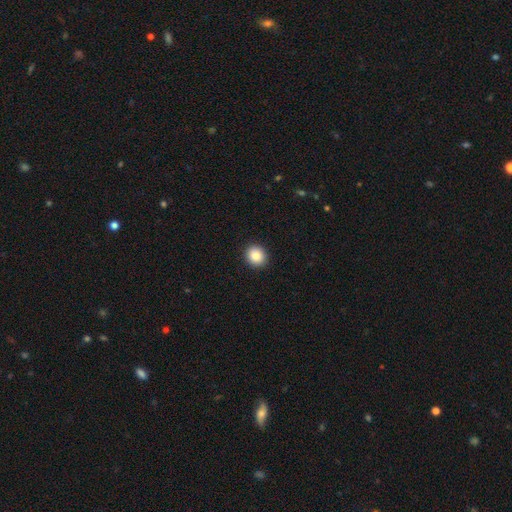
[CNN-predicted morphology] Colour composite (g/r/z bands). It shows a smooth galaxy with no disk features (88%) that is round (80%). Merging: none (91%).